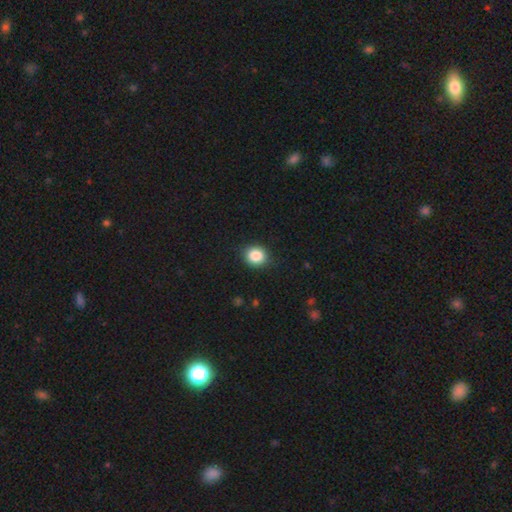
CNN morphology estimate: Smooth or featured? smooth (86%)
How rounded? round (80%)
Merging? none (89%)